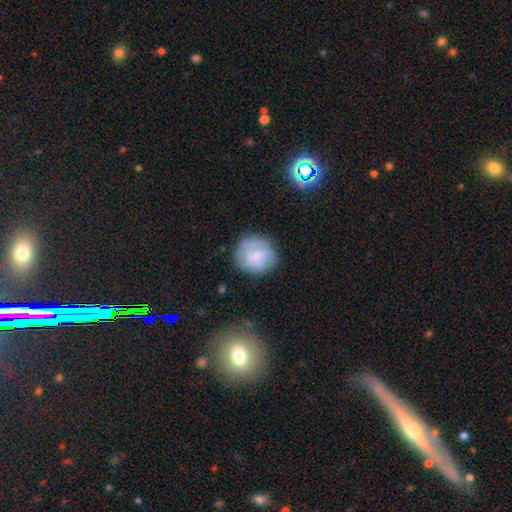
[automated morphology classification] smooth 57%, featured or disk 35%, star or artifact 8%. Down the decision tree: how rounded — round (81%); merging — none (66%).